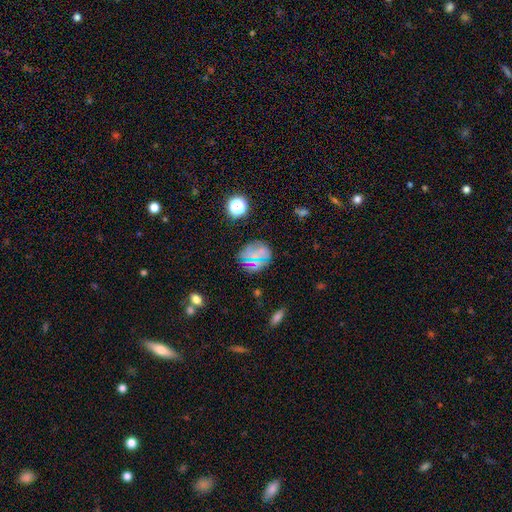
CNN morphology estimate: smooth-or-featured: smooth: 52% | star or artifact: 31% | featured or disk: 17%
  how-rounded: round: 72% | in between: 26% | cigar-shaped: 2%
  merging: none: 74% | minor disturbance: 16% | major disturbance: 6% | merger: 4%